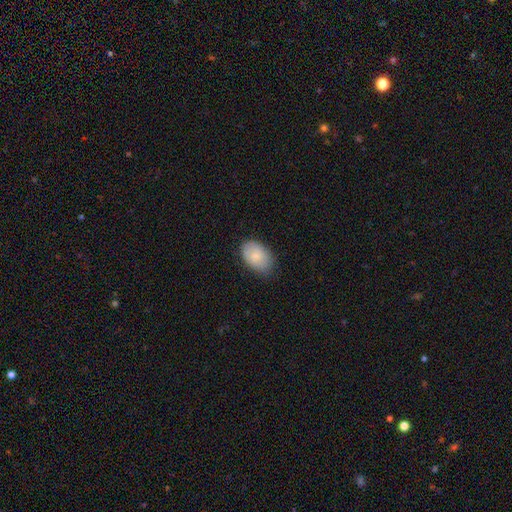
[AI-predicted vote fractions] Q: Smooth or featured?
A: smooth (79%); runner-up: featured or disk (15%)
Q: How rounded?
A: in between (89%); runner-up: round (10%)
Q: Merging?
A: none (75%); runner-up: minor disturbance (21%)